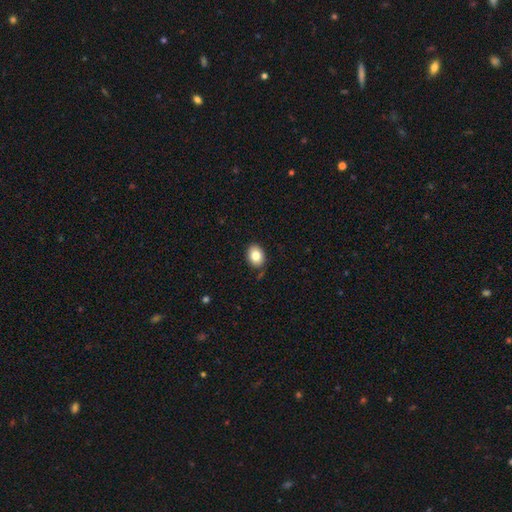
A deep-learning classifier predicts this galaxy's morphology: type=smooth (83%); roundness=in between (69%); merging=none (84%).